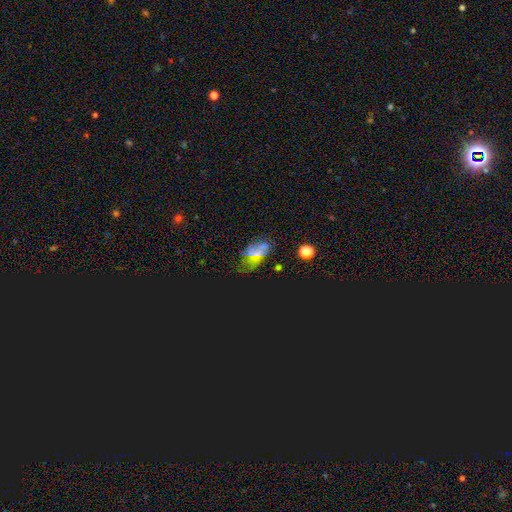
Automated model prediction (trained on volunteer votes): smooth-or-featured: star or artifact: 41% | smooth: 31% | featured or disk: 28%